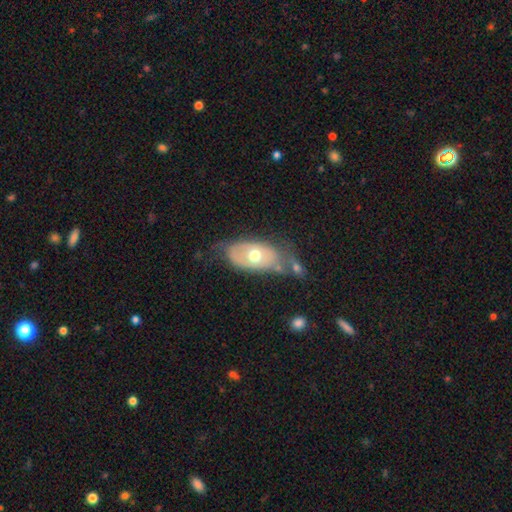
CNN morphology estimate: A featured or disk galaxy (47%). Merging: none (44%).